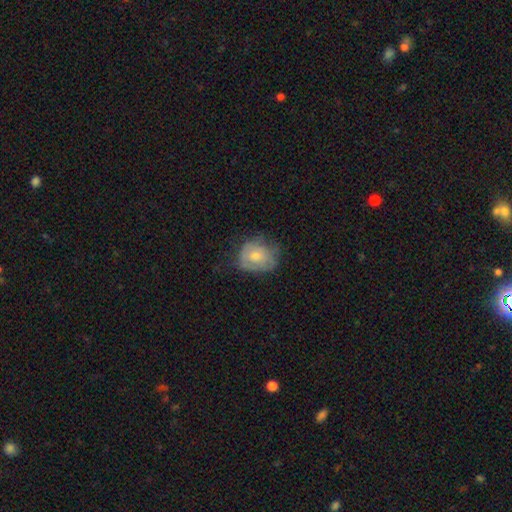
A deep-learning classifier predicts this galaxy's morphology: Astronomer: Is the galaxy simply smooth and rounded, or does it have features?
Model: smooth — 60%.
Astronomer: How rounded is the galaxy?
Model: round — 60% (runner-up: in between, 40%).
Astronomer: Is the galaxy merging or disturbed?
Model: none — 48% (runner-up: minor disturbance, 34%).